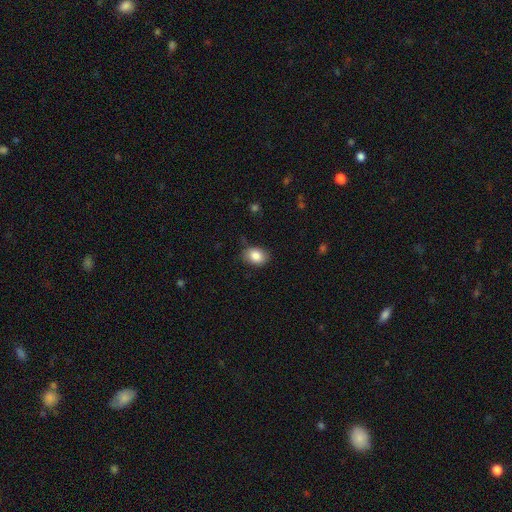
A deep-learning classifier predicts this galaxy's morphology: type=smooth (86%); roundness=in between (69%); merging=none (76%).